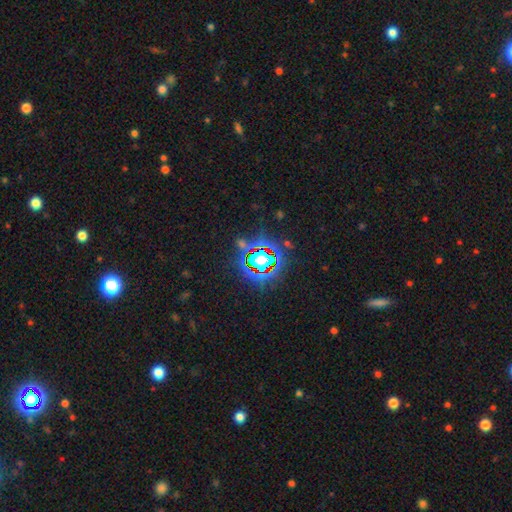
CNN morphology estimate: This is clearly a star or artifact rather than a galaxy (81%).